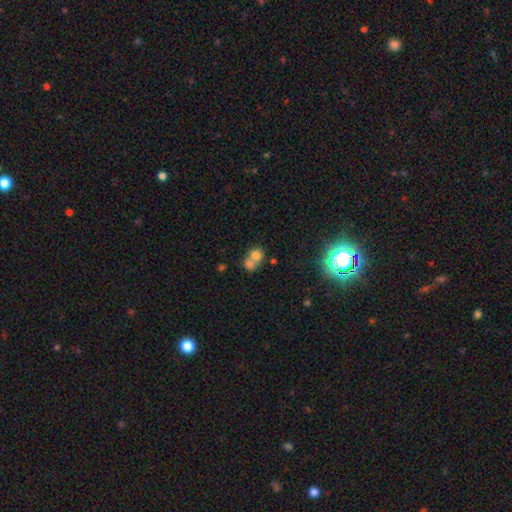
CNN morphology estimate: smooth_or_featured: smooth (p=0.71) [alt: featured or disk p=0.16]
how_rounded: round (p=0.74) [alt: in between p=0.25]
merging: merger (p=0.65) [alt: none p=0.27]